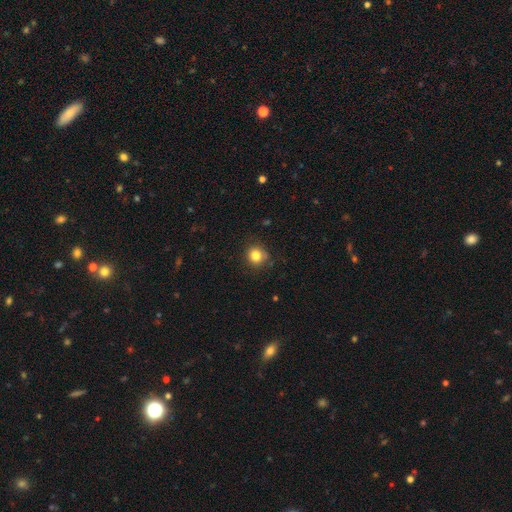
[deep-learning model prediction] Smooth or featured? Predicted: smooth (p=0.82). How rounded? Predicted: round (p=0.89). Merging? Predicted: none (p=0.83).